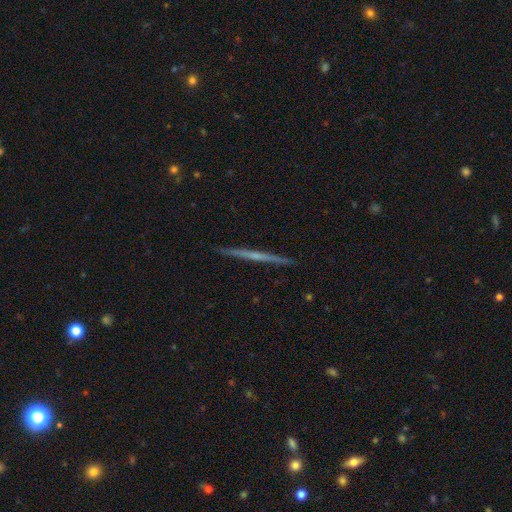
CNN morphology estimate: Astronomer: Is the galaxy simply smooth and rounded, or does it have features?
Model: featured or disk — 70%.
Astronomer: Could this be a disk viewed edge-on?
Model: yes — 98%.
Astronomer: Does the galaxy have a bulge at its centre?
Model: none — 59% (runner-up: rounded, 35%).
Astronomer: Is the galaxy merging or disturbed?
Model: none — 92%.